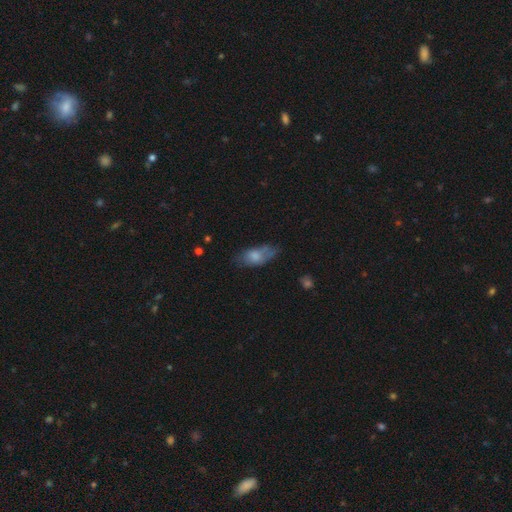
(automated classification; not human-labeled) smooth_or_featured: smooth (p=0.69) [alt: featured or disk p=0.23]
how_rounded: in between (p=0.85) [alt: cigar-shaped p=0.12]
merging: none (p=0.51) [alt: minor disturbance p=0.31]